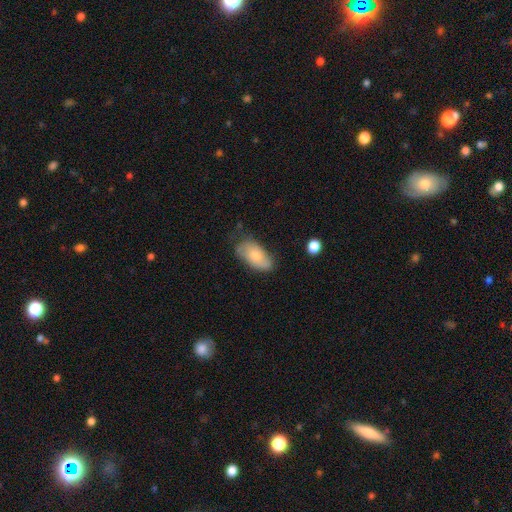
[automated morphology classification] type=smooth (70%); roundness=in between (93%); merging=none (61%).